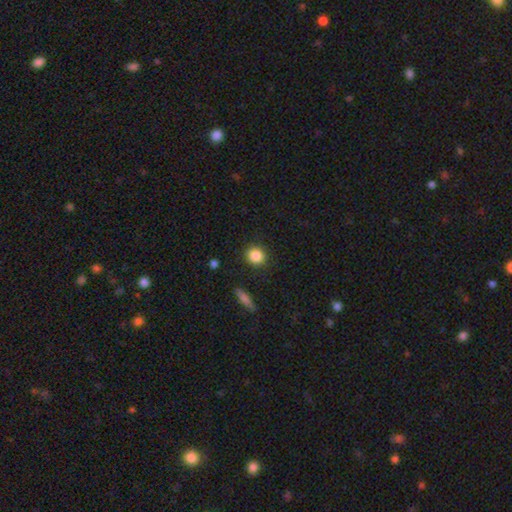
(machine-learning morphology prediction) type=smooth (86%); roundness=round (81%); merging=none (90%).